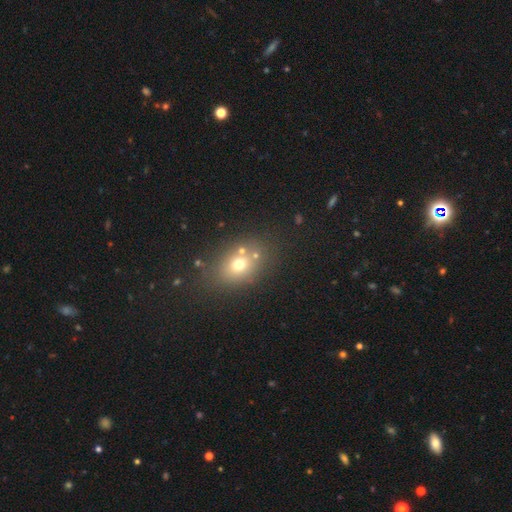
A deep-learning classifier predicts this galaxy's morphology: A smooth galaxy with no disk features (63%) that is in between round and cigar-shaped (57%). Merging: none (66%).